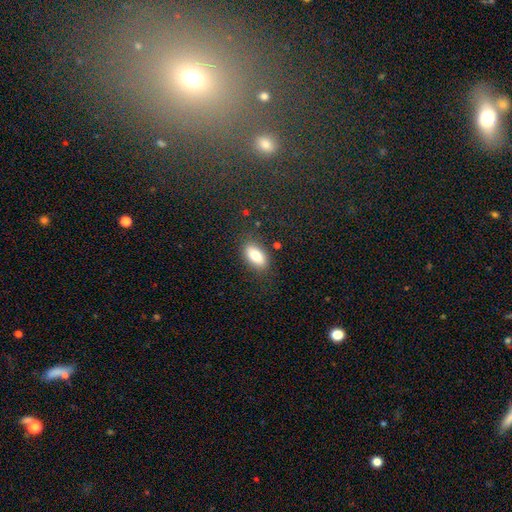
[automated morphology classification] This is clearly a smooth galaxy (81%). How rounded: clearly in between (90%). Merging: clearly none (81%).